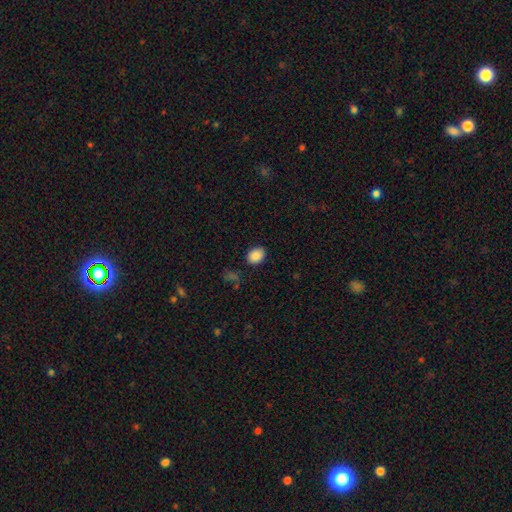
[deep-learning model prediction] A smooth galaxy with no disk features (87%) that is in between round and cigar-shaped (60%). Merging: none (85%).